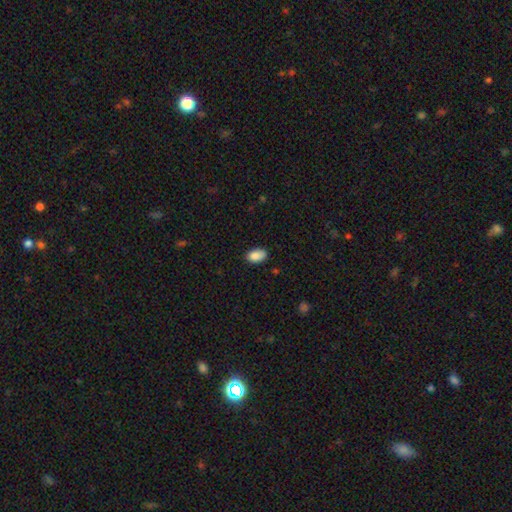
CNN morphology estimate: Smooth or featured?
  - smooth: 87% *
  - star or artifact: 8%
  - featured or disk: 5%
How rounded?
  - in between: 92% *
  - round: 7%
  - cigar-shaped: 2%
Merging?
  - none: 77% *
  - minor disturbance: 18%
  - major disturbance: 3%
  - merger: 2%